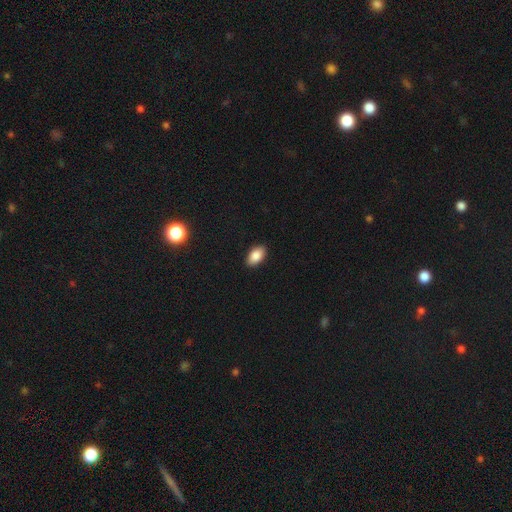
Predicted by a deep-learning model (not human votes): A smooth galaxy with no disk features (87%) that is in between round and cigar-shaped (93%). Merging: none (90%).